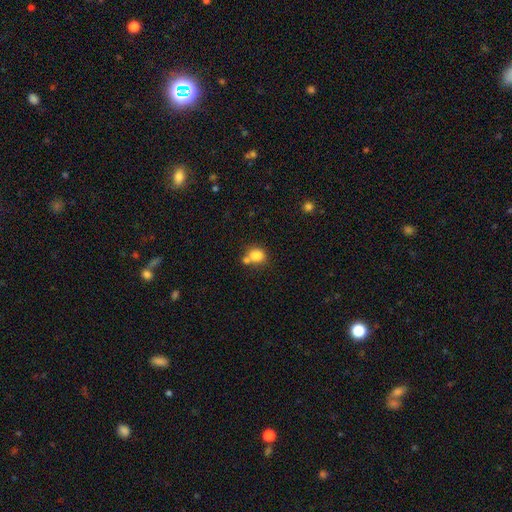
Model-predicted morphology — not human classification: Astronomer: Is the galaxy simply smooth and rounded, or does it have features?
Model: smooth — 81%.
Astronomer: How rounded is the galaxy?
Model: round — 50% (runner-up: in between, 49%).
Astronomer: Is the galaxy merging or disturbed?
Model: none — 44% (runner-up: merger, 37%).